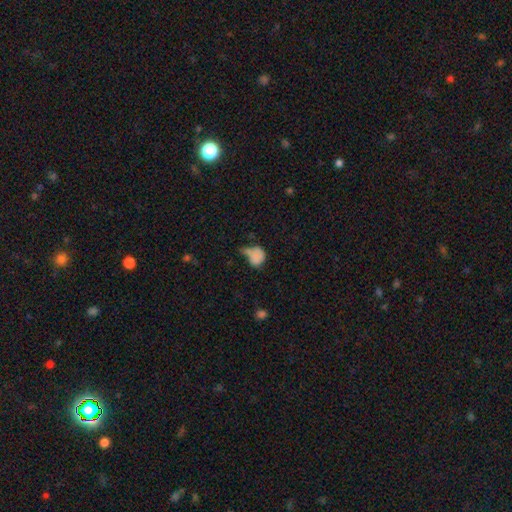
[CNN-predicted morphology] This appears to be a smooth galaxy with no disk features (74%) that is in between round and cigar-shaped (55%). Merging: minor disturbance (28%).